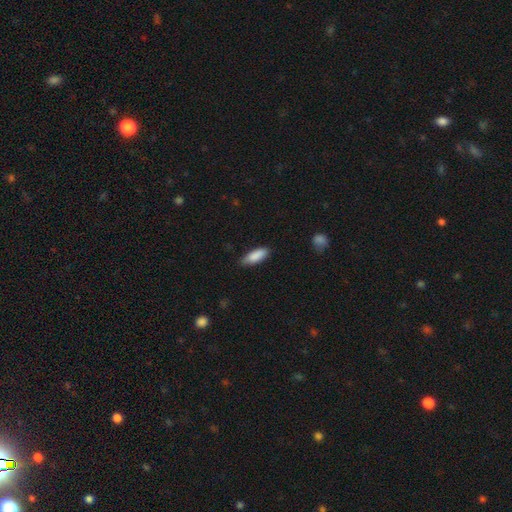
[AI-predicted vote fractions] A smooth galaxy with no disk features (88%) that is in between round and cigar-shaped (68%). Merging: none (80%).